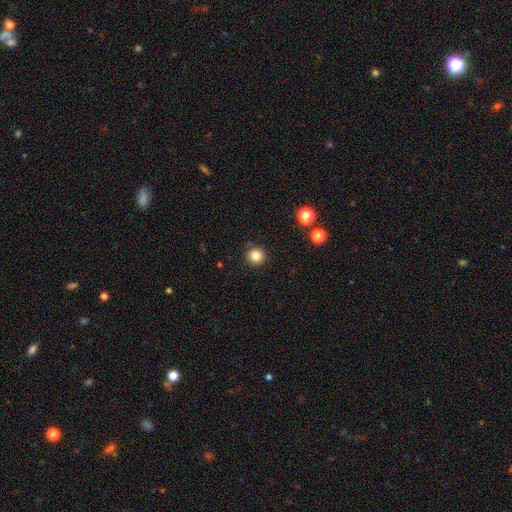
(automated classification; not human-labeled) This is clearly a smooth galaxy (84%). How rounded: clearly round (93%). Merging: clearly none (91%).